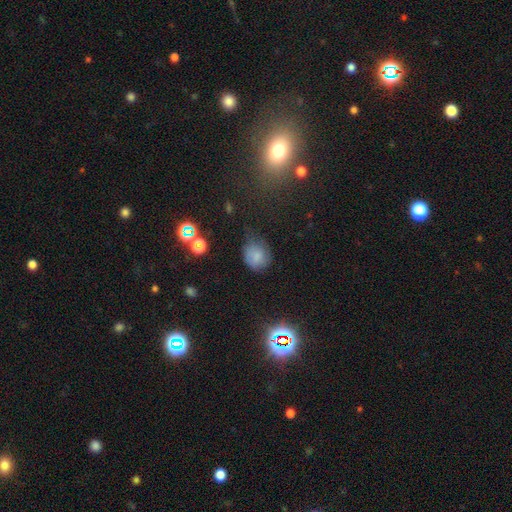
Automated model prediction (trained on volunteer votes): This is likely a smooth galaxy (76%). How rounded: likely round (66%). Merging: possibly none (54%).